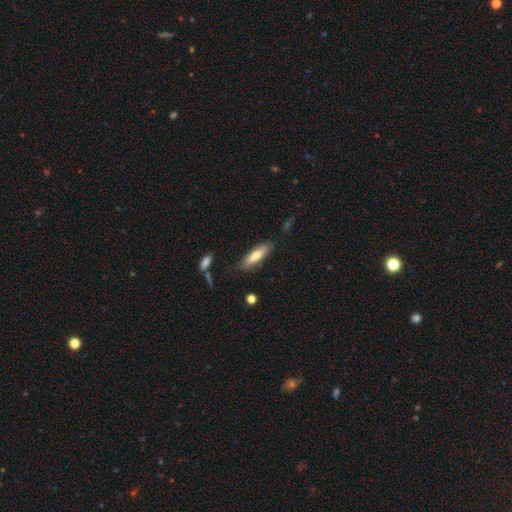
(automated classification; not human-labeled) Smooth or featured? smooth (70%)
How rounded? cigar-shaped (65%)
Merging? none (81%)